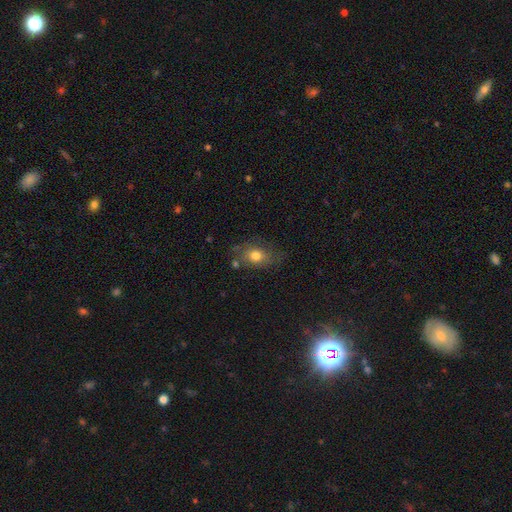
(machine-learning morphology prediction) Smooth or featured?
  - smooth: 73% *
  - featured or disk: 17%
  - star or artifact: 10%
How rounded?
  - in between: 65% *
  - round: 34%
  - cigar-shaped: 2%
Merging?
  - none: 64% *
  - minor disturbance: 23%
  - major disturbance: 9%
  - merger: 5%